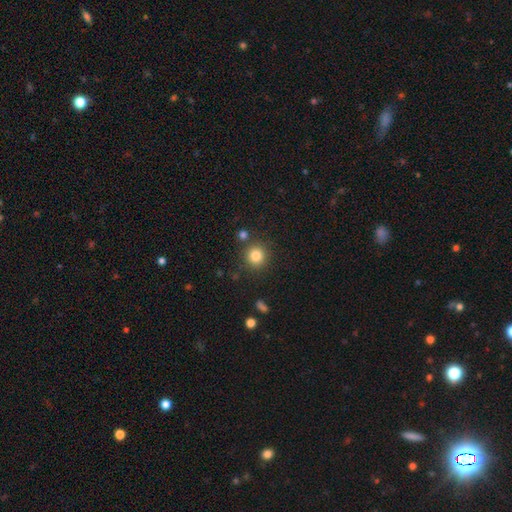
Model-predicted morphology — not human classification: Smooth or featured? smooth (83%)
How rounded? round (92%)
Merging? none (84%)